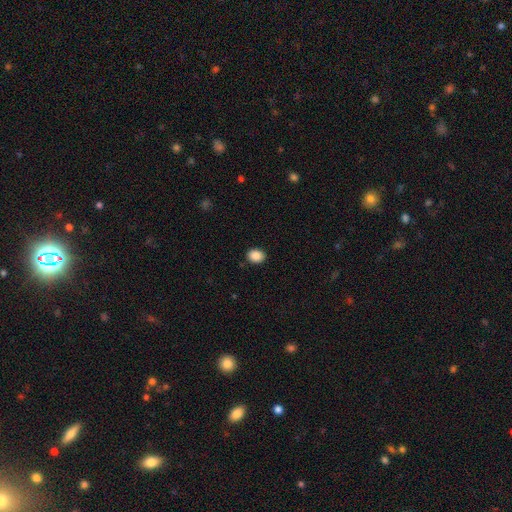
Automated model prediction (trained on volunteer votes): A smooth galaxy with no disk features (88%) that is round (55%).

Vote fractions:
- Smooth or featured? smooth: 88% / star or artifact: 8% / featured or disk: 3%
- How rounded? round: 55% / in between: 44% / cigar-shaped: 1%
- Merging? none: 90% / minor disturbance: 7% / major disturbance: 2% / merger: 1%